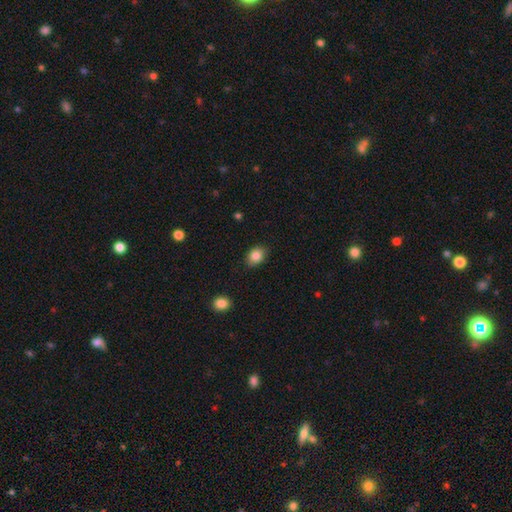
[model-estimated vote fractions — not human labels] smooth 85%, star or artifact 9%, featured or disk 6%. Down the decision tree: how rounded — in between (63%); merging — none (87%).